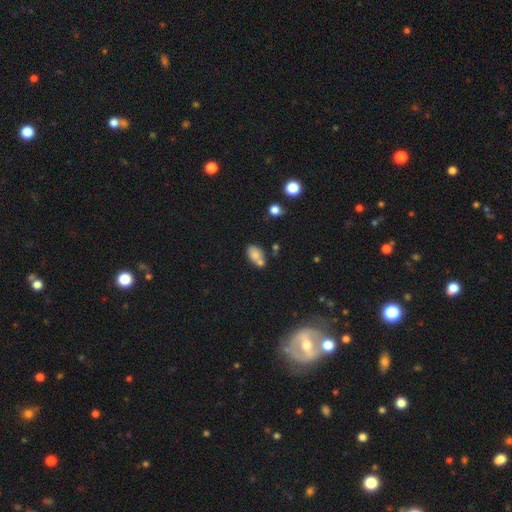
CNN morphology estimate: type=smooth (76%); roundness=in between (85%); merging=none (45%).